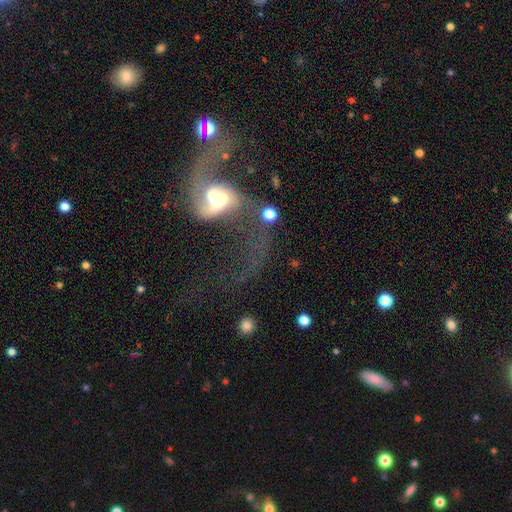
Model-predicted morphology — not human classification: A featured or disk galaxy (81%) with no bar (48%), 2 (86%) loose (80%) spiral arms (90%) and a moderate central bulge (52%).

Vote fractions:
- Smooth or featured? featured or disk: 81% / smooth: 11% / star or artifact: 9%
- Edge-on disk? no: 96% / yes: 4%
- Bar? no: 48% / weak: 36% / strong: 16%
- Spiral arms? yes: 90% / no: 10%
- Spiral winding? loose: 80% / medium: 17% / tight: 3%
- Spiral arm count? 2: 86% / 1: 7% / can't tell: 3% / 3: 1% / 4: 1% / more than 4: 1%
- Bulge size? moderate: 52% / large: 25% / small: 14% / dominant: 5% / none: 3%
- Merging? none: 38% / major disturbance: 35% / merger: 15% / minor disturbance: 13%